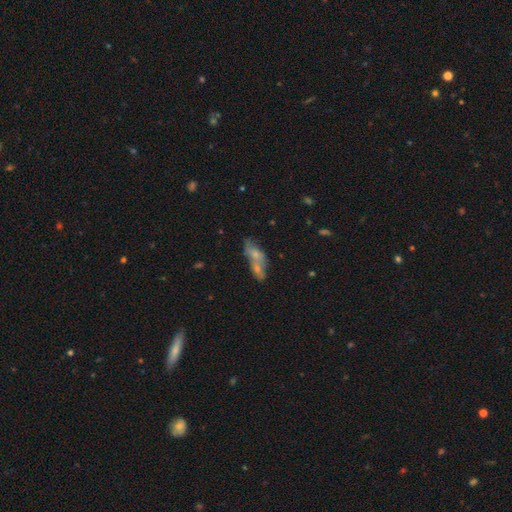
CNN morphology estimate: Overall: smooth (53%; featured or disk 35%). How rounded: in between (65%; cigar-shaped 27%). Merging: merger (56%; none 24%).